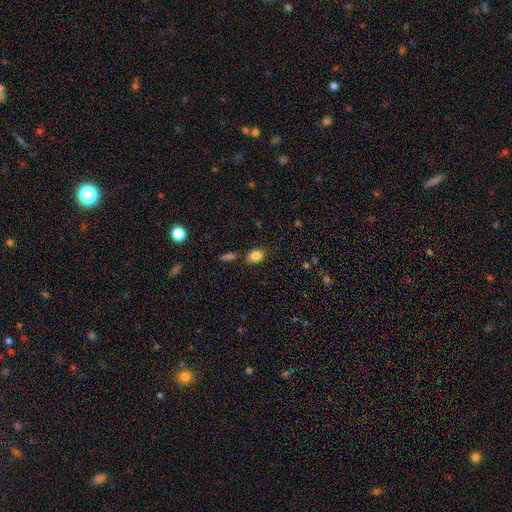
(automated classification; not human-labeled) The model was most divided on "how rounded": in between: 67%, round: 31%, cigar-shaped: 2%. More confident: smooth or featured — smooth (84%); merging — none (78%).